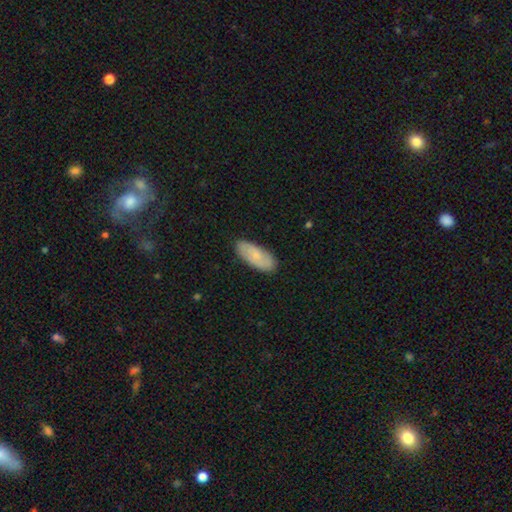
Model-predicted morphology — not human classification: smooth-or-featured: smooth: 73% | featured or disk: 22% | star or artifact: 6%
  how-rounded: in between: 81% | cigar-shaped: 17% | round: 2%
  merging: none: 86% | minor disturbance: 11% | major disturbance: 2% | merger: 1%